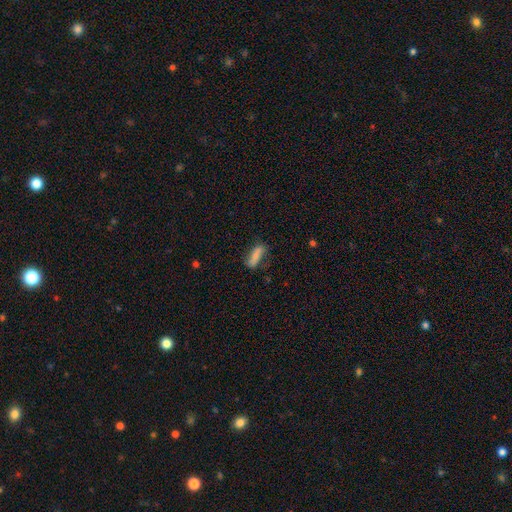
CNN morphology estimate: Smooth or featured? smooth (73%)
How rounded? cigar-shaped (51%)
Merging? none (64%)